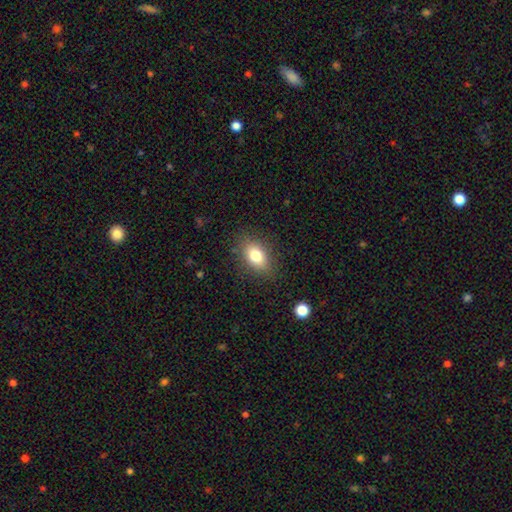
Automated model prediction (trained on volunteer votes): Smooth or featured? smooth (80%)
How rounded? in between (84%)
Merging? none (83%)